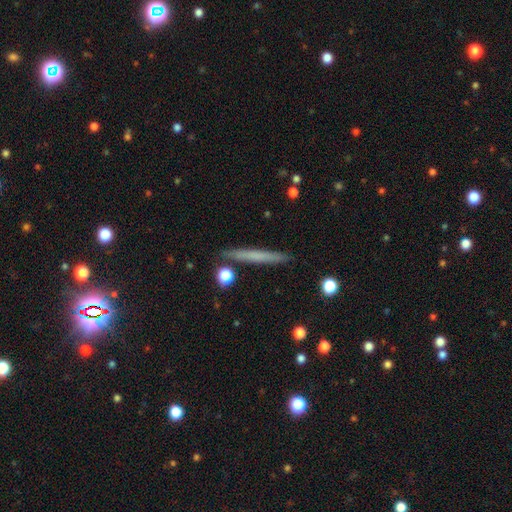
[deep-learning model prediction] smooth-or-featured: smooth: 58% | featured or disk: 35% | star or artifact: 7%
  how-rounded: cigar-shaped: 96% | in between: 2% | round: 2%
  merging: none: 89% | minor disturbance: 7% | merger: 2% | major disturbance: 2%